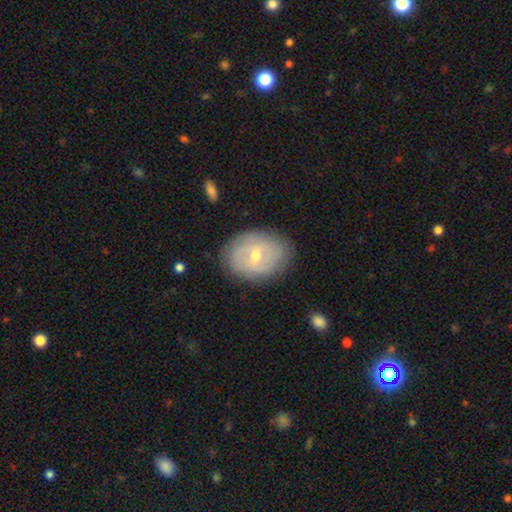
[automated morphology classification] Q: Smooth or featured?
A: featured or disk (63%); runner-up: smooth (30%)
Q: Edge-on disk?
A: no (95%); runner-up: yes (5%)
Q: Bar?
A: weak (50%); runner-up: no (35%)
Q: Spiral arms?
A: yes (62%); runner-up: no (38%)
Q: Bulge size?
A: small (50%); runner-up: moderate (47%)
Q: Merging?
A: none (80%); runner-up: minor disturbance (14%)